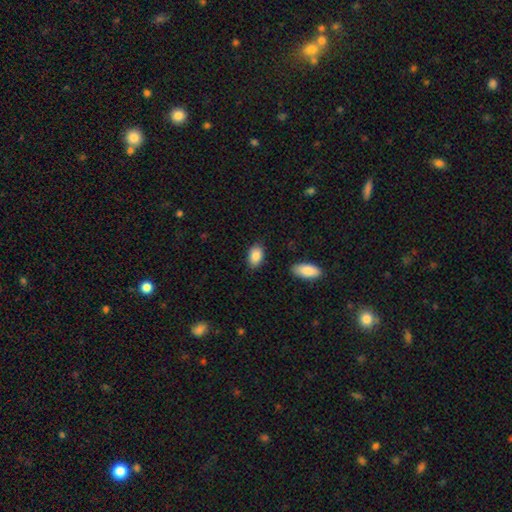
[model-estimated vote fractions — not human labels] Smooth or featured?
  - smooth: 88% *
  - star or artifact: 7%
  - featured or disk: 5%
How rounded?
  - in between: 91% *
  - round: 7%
  - cigar-shaped: 2%
Merging?
  - none: 85% *
  - minor disturbance: 10%
  - major disturbance: 2%
  - merger: 2%